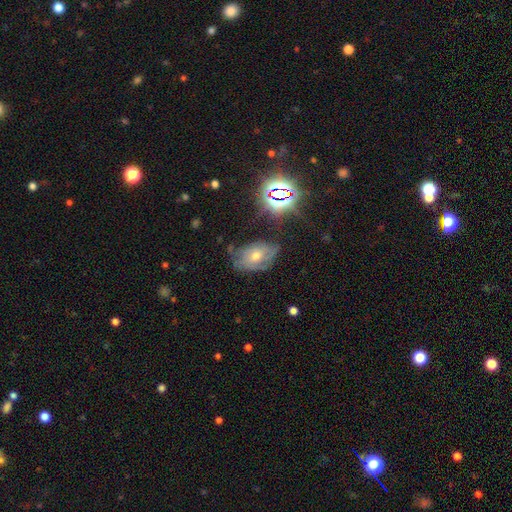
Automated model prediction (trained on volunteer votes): This is possibly a featured or disk galaxy (45%). Merging: possibly none (58%).